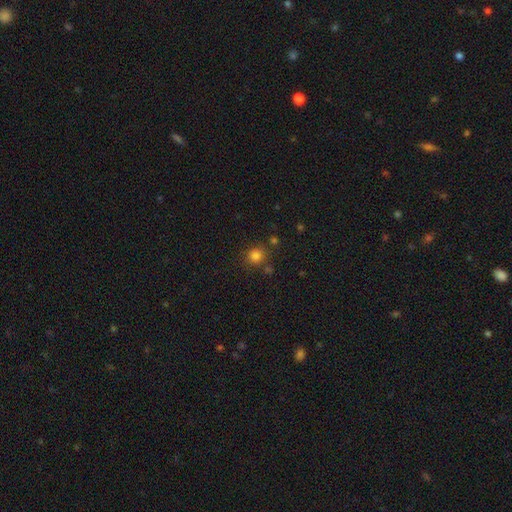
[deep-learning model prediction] Smooth or featured? smooth (81%)
How rounded? round (87%)
Merging? none (80%)